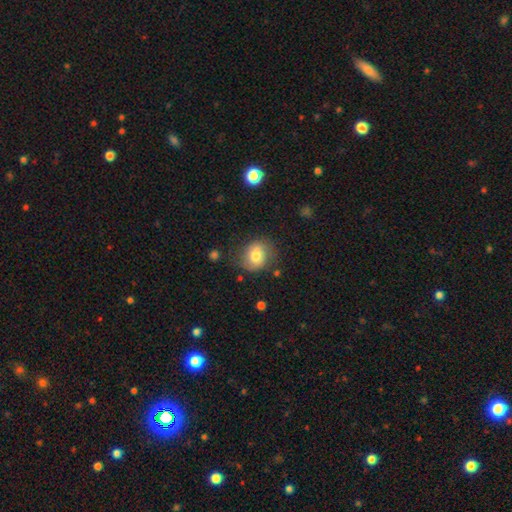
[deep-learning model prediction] A smooth galaxy with no disk features (70%) that is round (56%). Merging: none (67%).